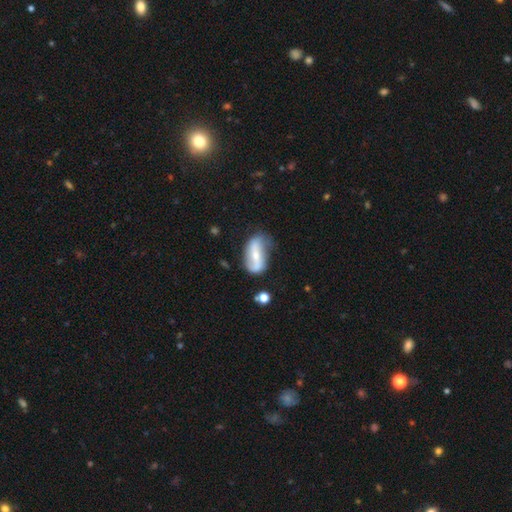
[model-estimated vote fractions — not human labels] The model was most divided on "bulge size": small: 56%, moderate: 37%, none: 4%, large: 3%, dominant: 1%. More confident: edge-on disk — no (91%); spiral arms — yes (78%); smooth or featured — featured or disk (66%); merging — none (58%); bar — strong (53%).